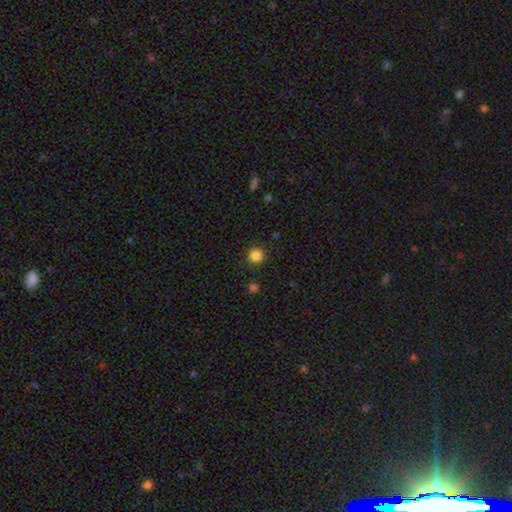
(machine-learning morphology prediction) This is clearly a smooth galaxy (84%). How rounded: clearly round (93%). Merging: clearly none (90%).